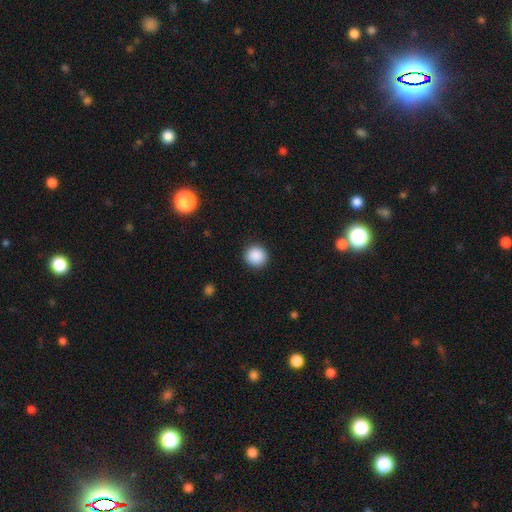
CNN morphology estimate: smooth-or-featured: smooth: 89% | star or artifact: 8% | featured or disk: 3%
  how-rounded: round: 92% | in between: 7% | cigar-shaped: 1%
  merging: none: 91% | minor disturbance: 6% | major disturbance: 2% | merger: 1%